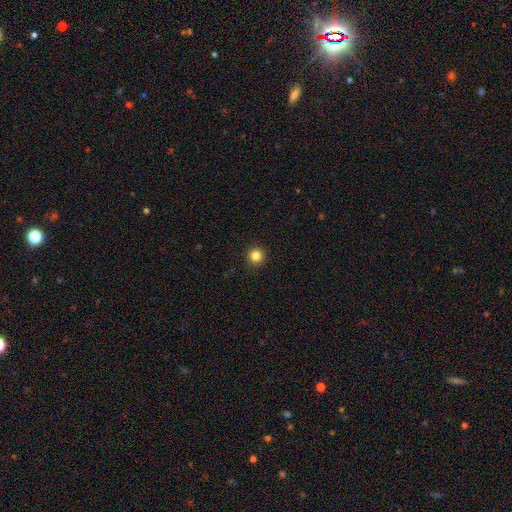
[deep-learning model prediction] The model was most divided on "smooth or featured": smooth: 84%, star or artifact: 12%, featured or disk: 4%. More confident: how rounded — round (95%); merging — none (93%).